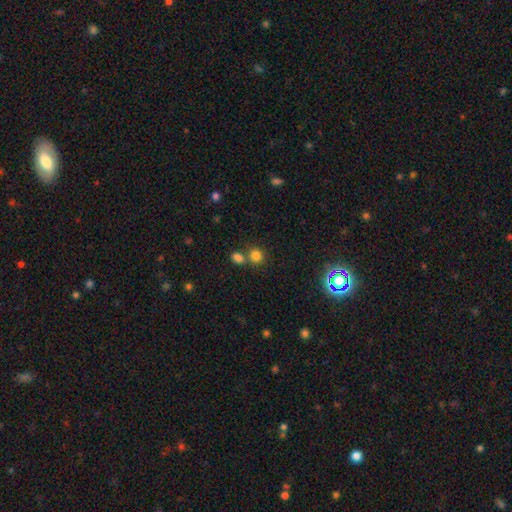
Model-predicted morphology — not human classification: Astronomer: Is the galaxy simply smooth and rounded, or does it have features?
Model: smooth — 80%.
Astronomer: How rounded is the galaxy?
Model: round — 81%.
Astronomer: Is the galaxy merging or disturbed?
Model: none — 57%.